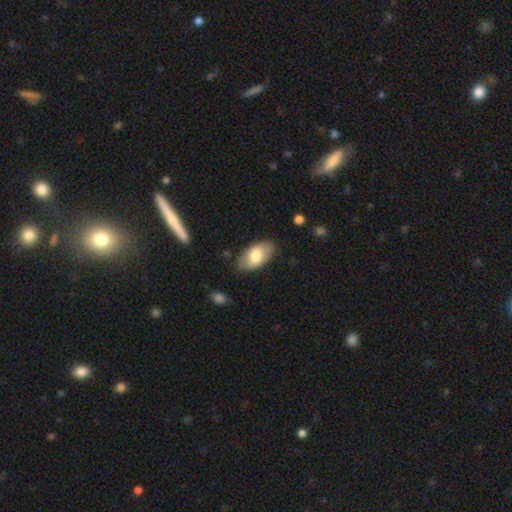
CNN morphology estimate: Smooth or featured?
  - smooth: 74% *
  - featured or disk: 20%
  - star or artifact: 6%
How rounded?
  - in between: 94% *
  - round: 3%
  - cigar-shaped: 2%
Merging?
  - none: 81% *
  - minor disturbance: 14%
  - major disturbance: 3%
  - merger: 1%